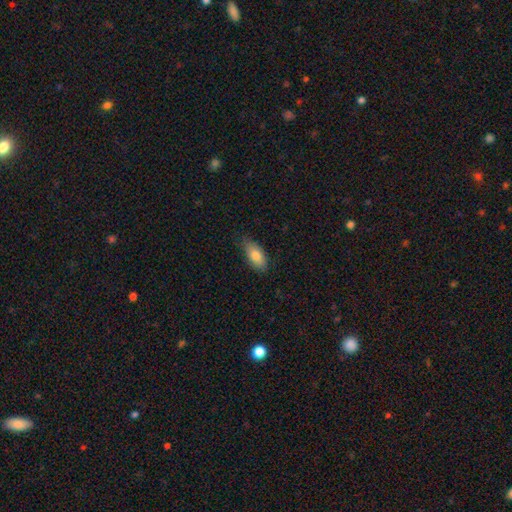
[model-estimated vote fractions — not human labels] Smooth or featured?
  - smooth: 82% *
  - featured or disk: 12%
  - star or artifact: 7%
How rounded?
  - in between: 89% *
  - cigar-shaped: 8%
  - round: 3%
Merging?
  - none: 74% *
  - minor disturbance: 21%
  - major disturbance: 3%
  - merger: 1%